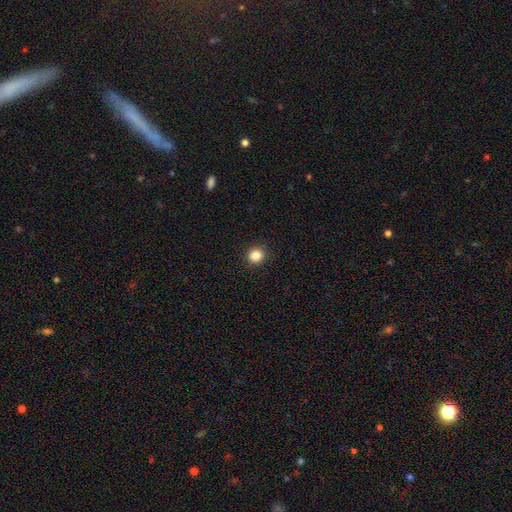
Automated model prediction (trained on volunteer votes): smooth_or_featured: smooth (p=0.85) [alt: star or artifact p=0.11]
how_rounded: round (p=0.92) [alt: in between p=0.07]
merging: none (p=0.93) [alt: minor disturbance p=0.05]